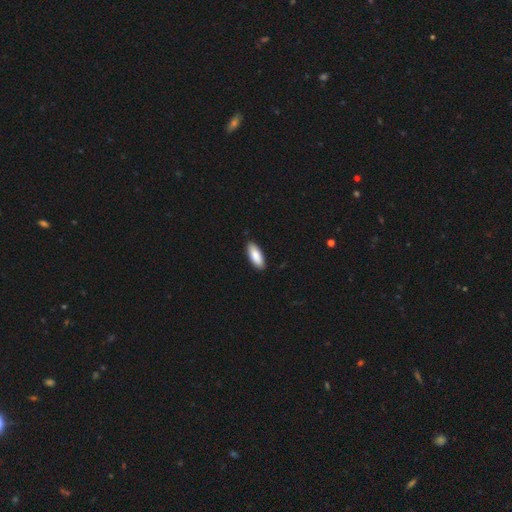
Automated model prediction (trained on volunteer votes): Smooth or featured?
  - smooth: 87% *
  - featured or disk: 7%
  - star or artifact: 5%
How rounded?
  - in between: 78% *
  - cigar-shaped: 20%
  - round: 2%
Merging?
  - none: 90% *
  - minor disturbance: 8%
  - major disturbance: 1%
  - merger: 1%